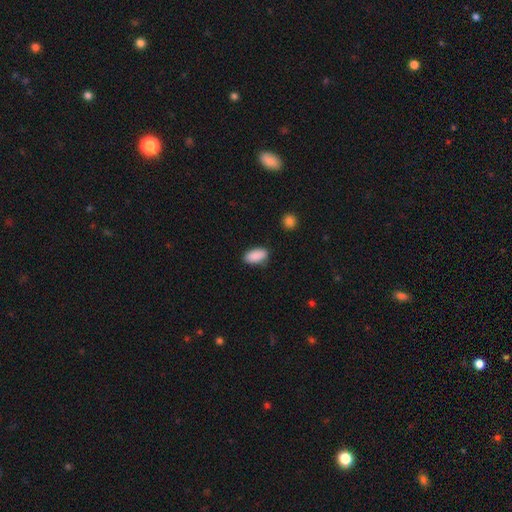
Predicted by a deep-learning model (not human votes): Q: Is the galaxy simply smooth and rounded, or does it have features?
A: smooth — 90%.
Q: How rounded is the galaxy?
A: in between — 93%.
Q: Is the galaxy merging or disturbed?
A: none — 85%.